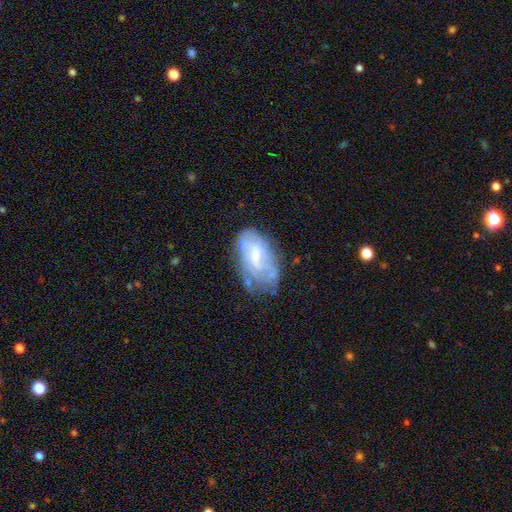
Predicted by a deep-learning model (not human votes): Smooth or featured? featured or disk (53%)
Edge-on disk? no (95%)
Bar? no (47%)
Spiral arms? yes (50%, tied with no)
Bulge size? small (52%)
Merging? none (48%)